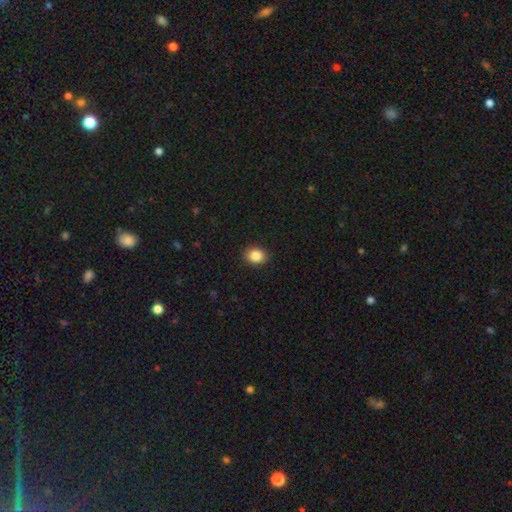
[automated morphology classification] This appears to be a smooth galaxy with no disk features (86%) that is round (55%). Merging: none (90%).